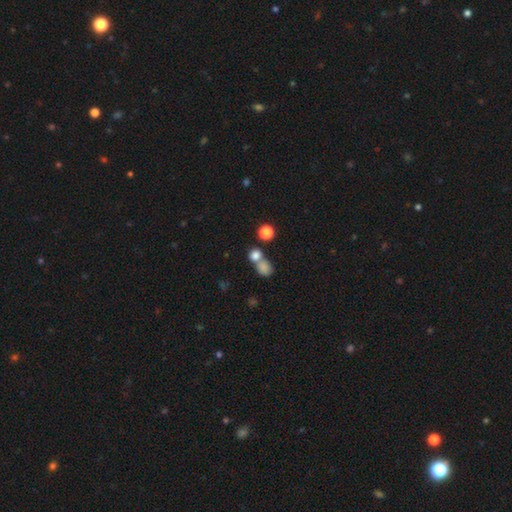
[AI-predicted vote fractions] smooth 79%, star or artifact 13%, featured or disk 8%. Down the decision tree: how rounded — round (75%); merging — merger (47%).